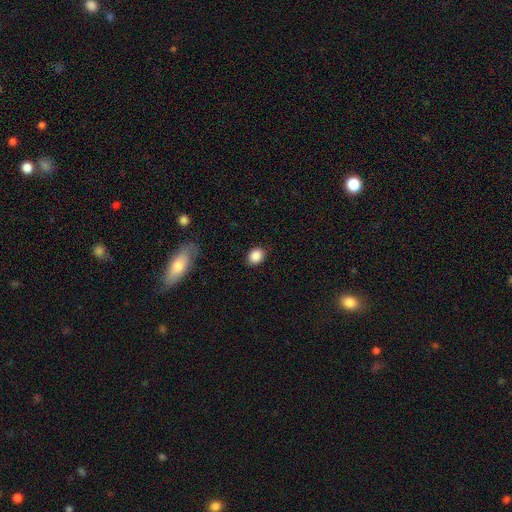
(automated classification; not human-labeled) smooth_or_featured: smooth (p=0.88) [alt: star or artifact p=0.08]
how_rounded: in between (p=0.62) [alt: round p=0.37]
merging: none (p=0.87) [alt: minor disturbance p=0.10]